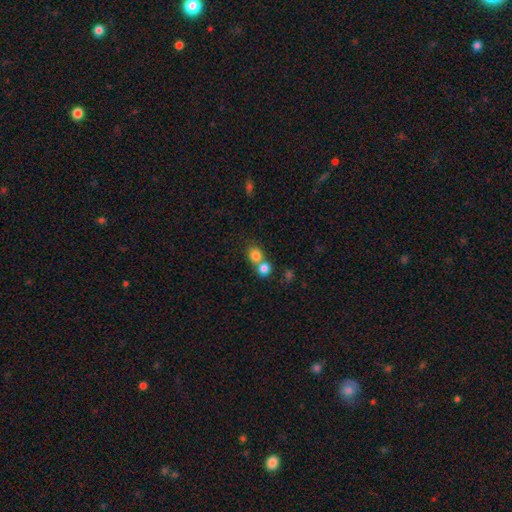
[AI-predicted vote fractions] A smooth galaxy with no disk features (80%) that is round (78%). Merging: merger (52%).